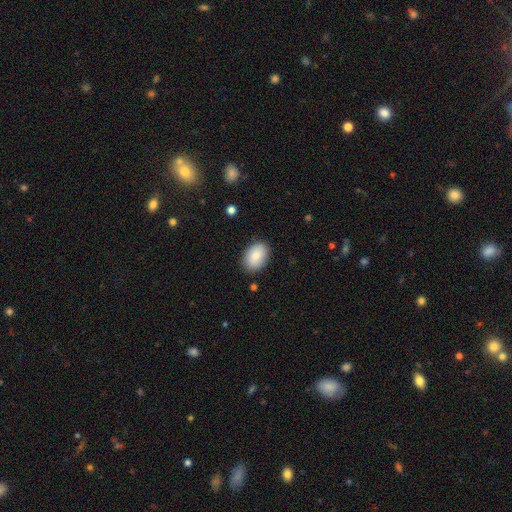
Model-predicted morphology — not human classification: Overall: smooth (84%). How rounded: in between (87%). Merging: none (86%).